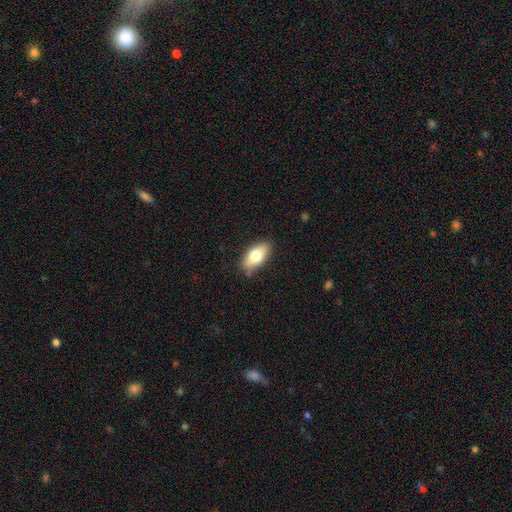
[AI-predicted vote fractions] Smooth or featured?
  - smooth: 76% *
  - featured or disk: 17%
  - star or artifact: 7%
How rounded?
  - in between: 89% *
  - cigar-shaped: 8%
  - round: 3%
Merging?
  - none: 82% *
  - minor disturbance: 14%
  - major disturbance: 3%
  - merger: 1%